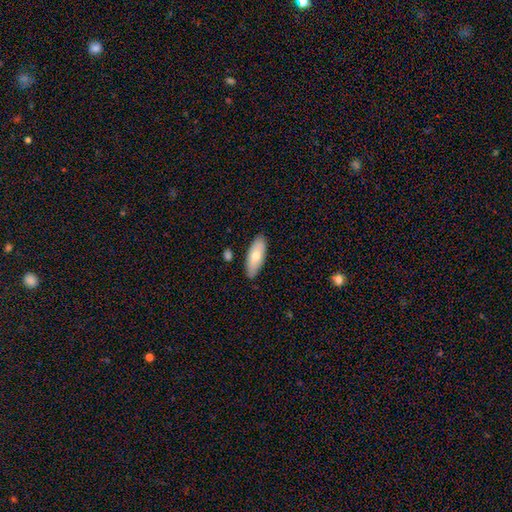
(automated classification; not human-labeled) Morphology: type=smooth (70%); roundness=in between (76%); merging=none (86%).